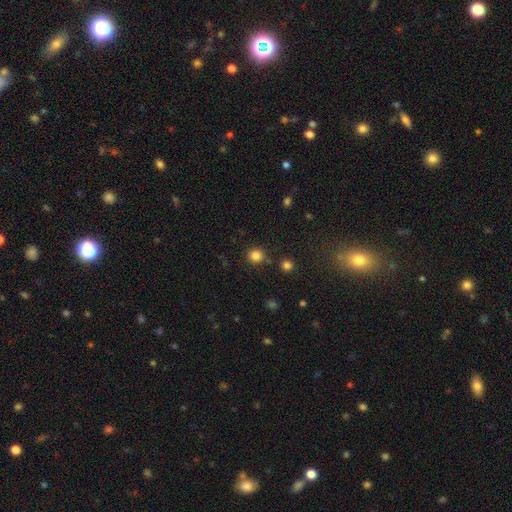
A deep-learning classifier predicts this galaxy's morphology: A smooth galaxy with no disk features (83%) that is round (91%). Merging: none (84%).